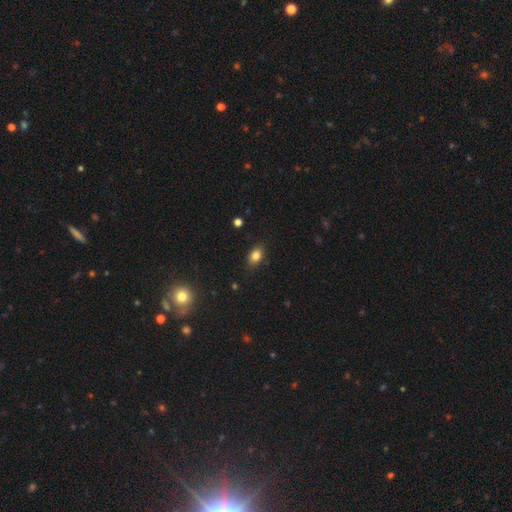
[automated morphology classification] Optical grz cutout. It shows a smooth galaxy with no disk features (83%) that is in between round and cigar-shaped (80%). Merging: none (83%).